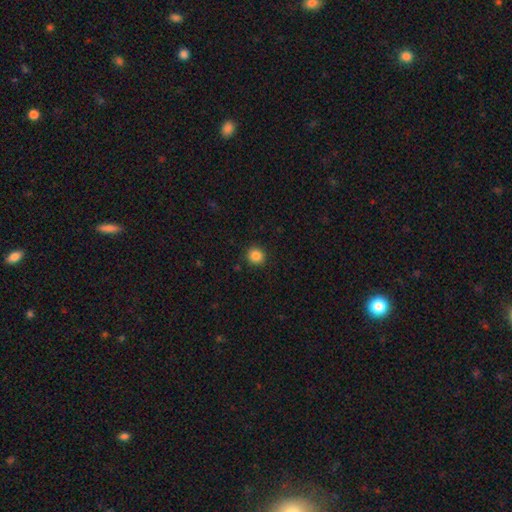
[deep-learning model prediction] A smooth galaxy with no disk features (85%) that is round (92%). Merging: none (91%).